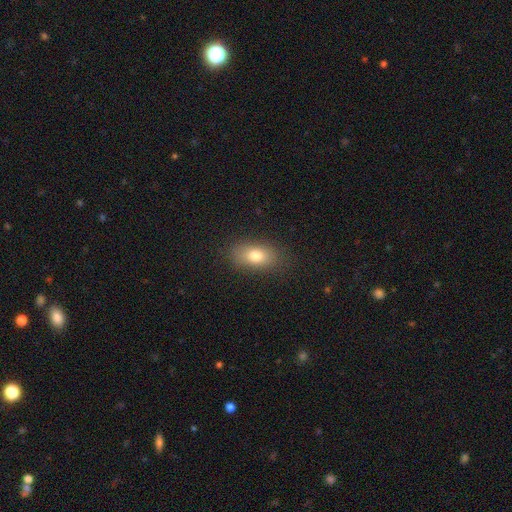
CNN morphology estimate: smooth-or-featured: smooth: 78% | featured or disk: 12% | star or artifact: 10%
  how-rounded: in between: 84% | round: 11% | cigar-shaped: 5%
  merging: none: 84% | minor disturbance: 12% | major disturbance: 4% | merger: 1%